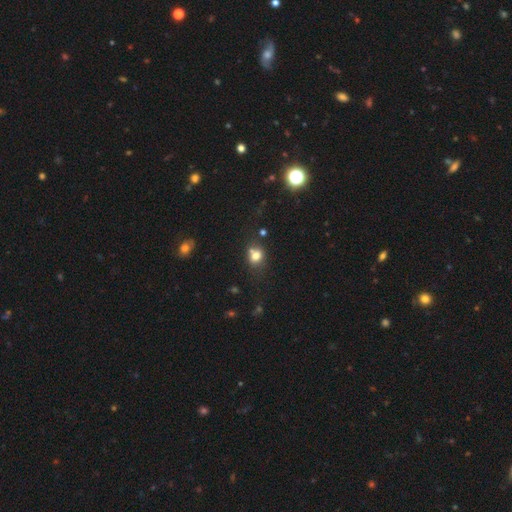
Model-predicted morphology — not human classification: The model was most divided on "merging": none: 49%, merger: 29%, minor disturbance: 15%, major disturbance: 6%. More confident: smooth or featured — smooth (72%); how rounded — round (61%).